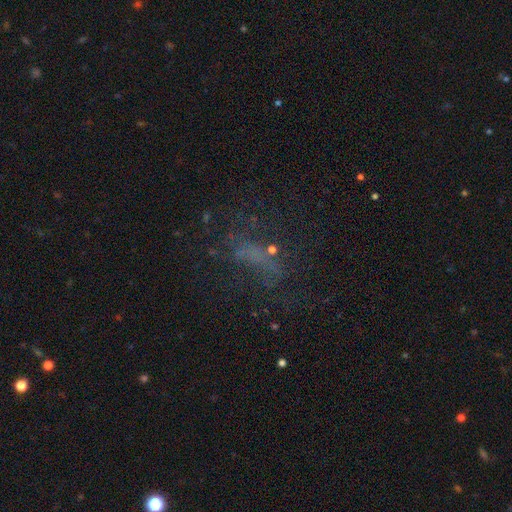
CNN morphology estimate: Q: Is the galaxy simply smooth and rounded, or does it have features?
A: star or artifact — 37%.